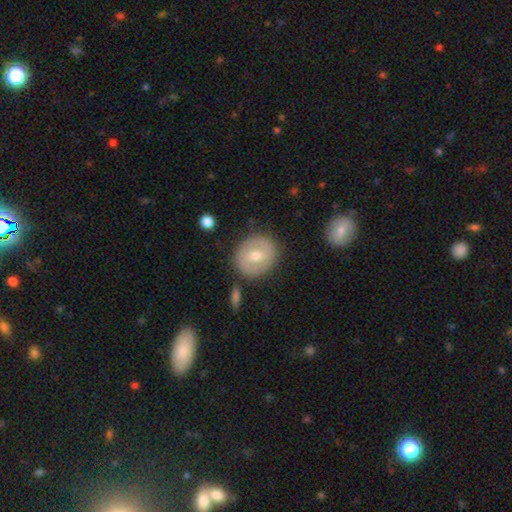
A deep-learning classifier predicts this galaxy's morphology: smooth 52%, featured or disk 41%, star or artifact 7%. Down the decision tree: how rounded — round (72%); merging — none (84%).